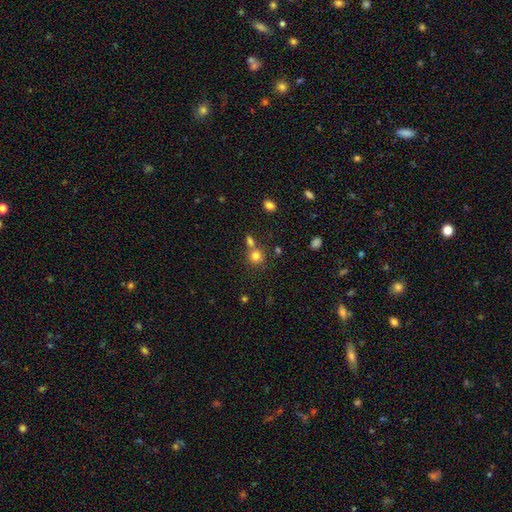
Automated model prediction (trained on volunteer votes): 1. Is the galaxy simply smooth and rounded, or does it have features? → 78% smooth, 14% star or artifact, 8% featured or disk.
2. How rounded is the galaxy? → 87% round, 12% in between, 1% cigar-shaped.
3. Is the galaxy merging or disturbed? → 58% none, 29% merger, 9% minor disturbance, 4% major disturbance.